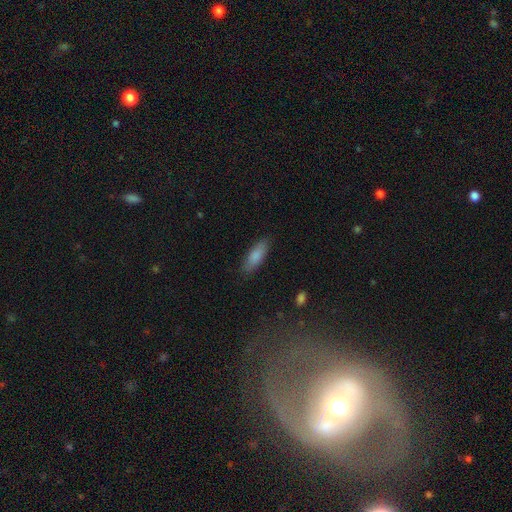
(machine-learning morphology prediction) This appears to be a smooth galaxy with no disk features (85%) that is in between round and cigar-shaped (58%). Merging: none (85%).